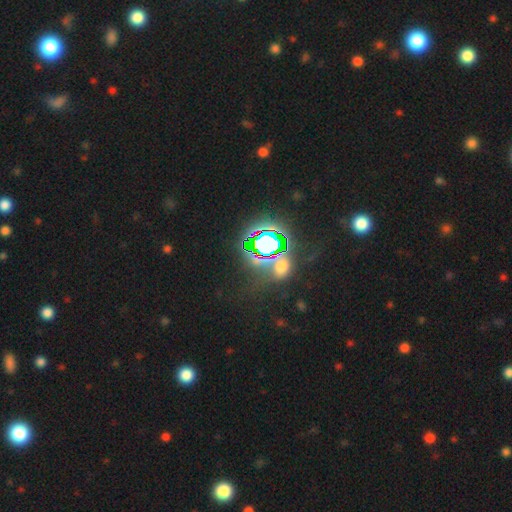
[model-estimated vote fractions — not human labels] Smooth or featured? star or artifact (81%)